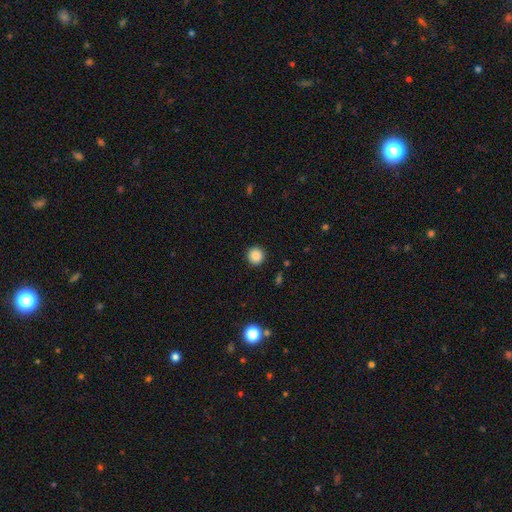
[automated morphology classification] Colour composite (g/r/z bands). It shows a smooth galaxy with no disk features (86%) that is round (94%). Merging: none (92%).